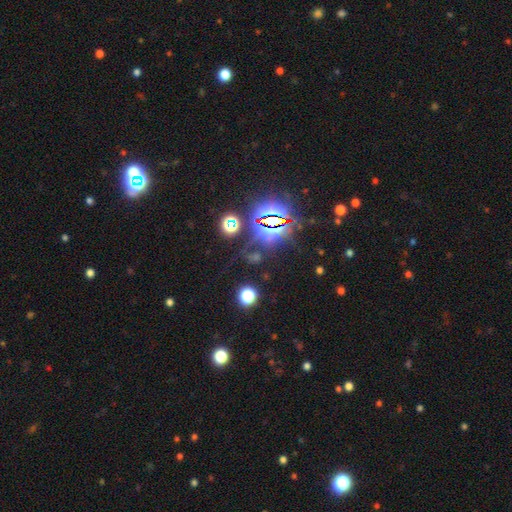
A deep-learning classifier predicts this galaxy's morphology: smooth_or_featured: star or artifact (p=0.76) [alt: smooth p=0.16]